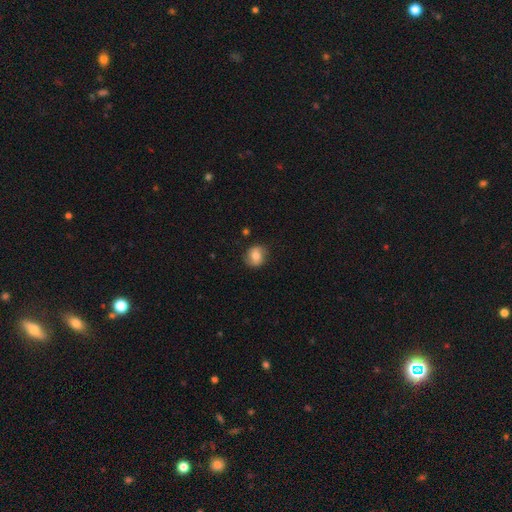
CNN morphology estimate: smooth 64%, featured or disk 27%, star or artifact 9%. Down the decision tree: how rounded — round (75%); merging — none (82%).